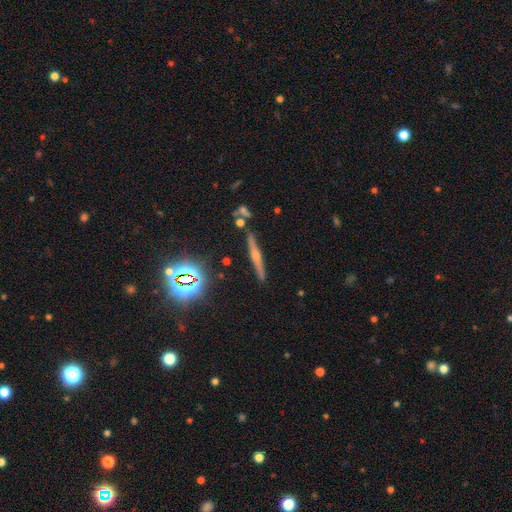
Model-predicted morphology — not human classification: A featured or disk galaxy (59%) viewed edge-on (96%) with a rounded central bulge (76%). Merging: none (87%).